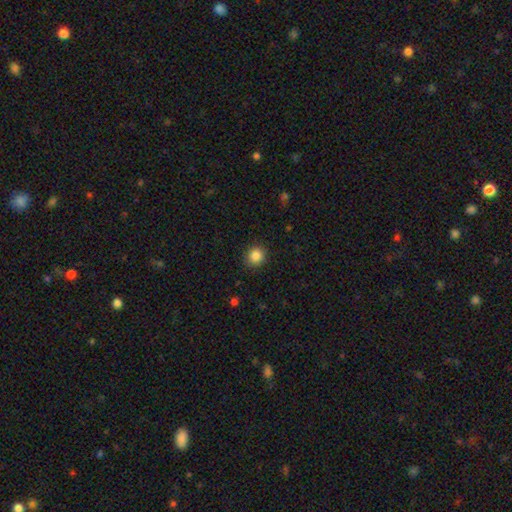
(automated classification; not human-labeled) A smooth galaxy with no disk features (86%) that is round (88%). Merging: none (90%).